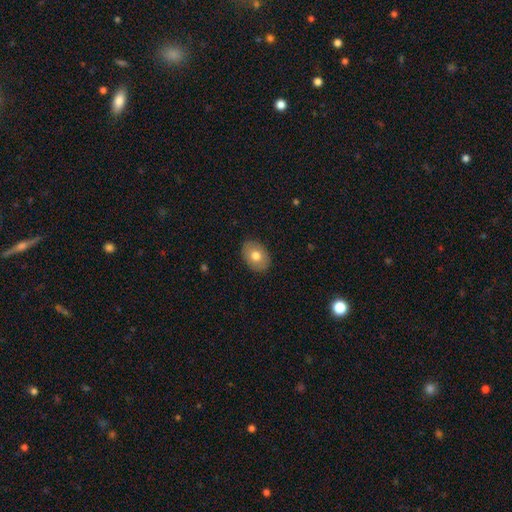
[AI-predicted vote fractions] Overall: smooth (74%). How rounded: in between (75%). Merging: none (88%).